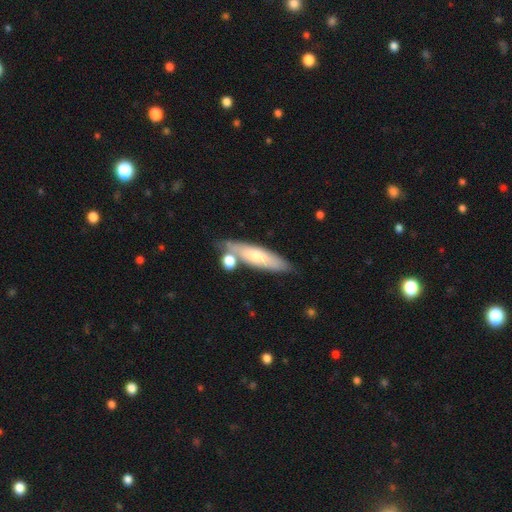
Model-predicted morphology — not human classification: Overall: smooth (61%; featured or disk 32%). How rounded: cigar-shaped (70%). Merging: none (68%).